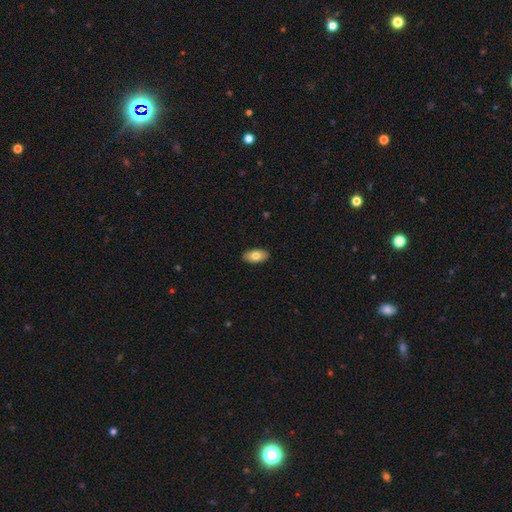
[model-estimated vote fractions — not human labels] This appears to be a smooth galaxy with no disk features (78%) that is in between round and cigar-shaped (94%). Merging: none (90%).